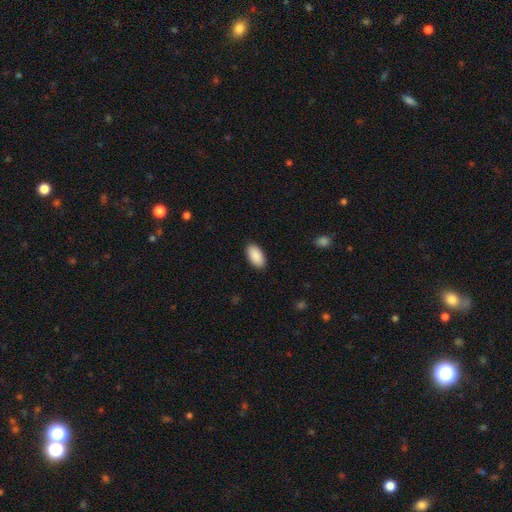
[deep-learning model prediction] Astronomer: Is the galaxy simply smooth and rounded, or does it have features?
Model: smooth — 91%.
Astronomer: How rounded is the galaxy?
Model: in between — 96%.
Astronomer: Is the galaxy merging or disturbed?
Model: none — 90%.